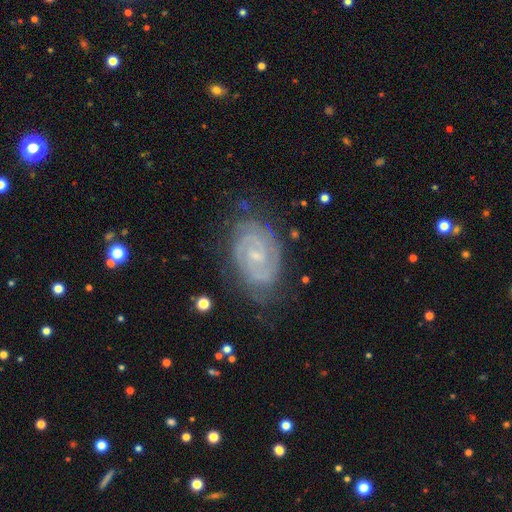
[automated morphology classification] A featured or disk galaxy (86%) with no bar (45%), 2 (68%) tight (69%) spiral arms (97%) and a small central bulge (72%).

Vote fractions:
- Smooth or featured? featured or disk: 86% / smooth: 7% / star or artifact: 7%
- Edge-on disk? no: 97% / yes: 3%
- Bar? no: 45% / weak: 43% / strong: 12%
- Spiral arms? yes: 97% / no: 3%
- Spiral winding? tight: 69% / medium: 26% / loose: 5%
- Spiral arm count? 2: 68% / can't tell: 13% / 3: 9% / 4: 3% / 1: 3% / more than 4: 3%
- Bulge size? small: 72% / moderate: 20% / none: 6% / large: 1% / dominant: 1%
- Merging? none: 74% / minor disturbance: 18% / major disturbance: 6% / merger: 2%